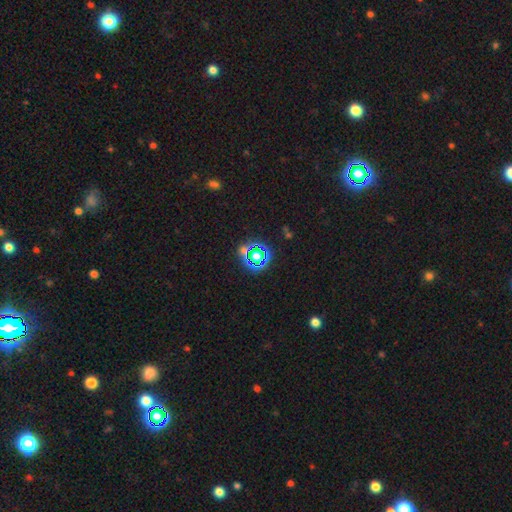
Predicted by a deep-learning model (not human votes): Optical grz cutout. It shows a star or artifact, not a galaxy (59%).